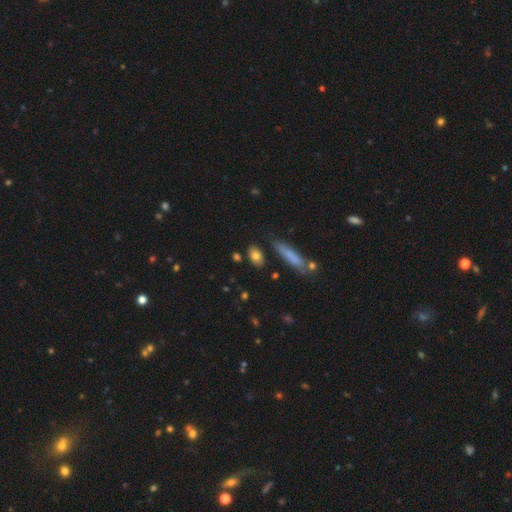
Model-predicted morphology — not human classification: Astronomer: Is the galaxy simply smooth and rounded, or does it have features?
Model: smooth — 79%.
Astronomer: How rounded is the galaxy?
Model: in between — 78%.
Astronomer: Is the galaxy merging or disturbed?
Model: none — 77%.